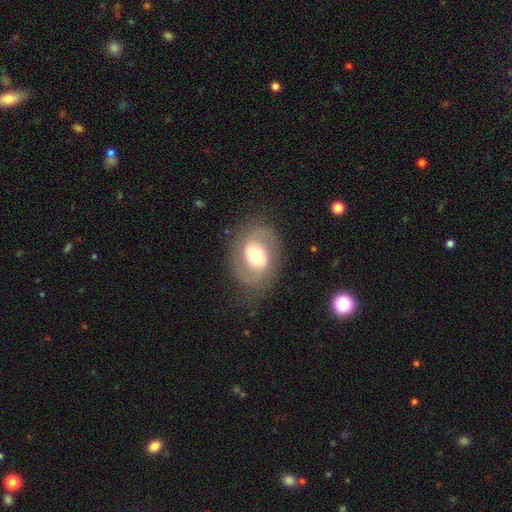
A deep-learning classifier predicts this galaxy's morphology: Smooth or featured? featured or disk (67%)
Edge-on disk? no (97%)
Bar? weak (42%)
Spiral arms? yes (78%)
Spiral winding? medium (49%)
Spiral arm count? 2 (87%)
Bulge size? moderate (58%)
Merging? none (75%)